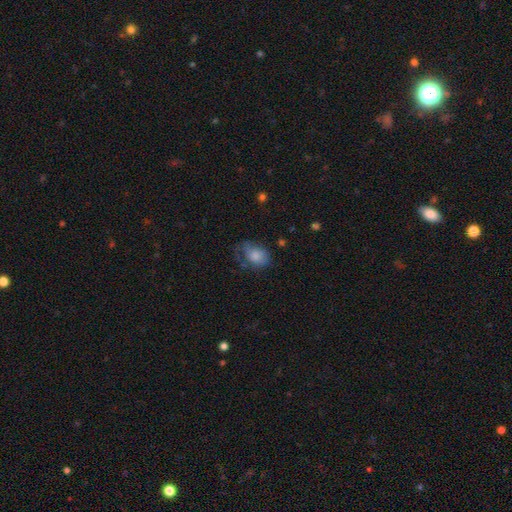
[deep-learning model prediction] Smooth or featured? Predicted: smooth (p=0.72). How rounded? Predicted: in between (p=0.73). Merging? Predicted: none (p=0.36).